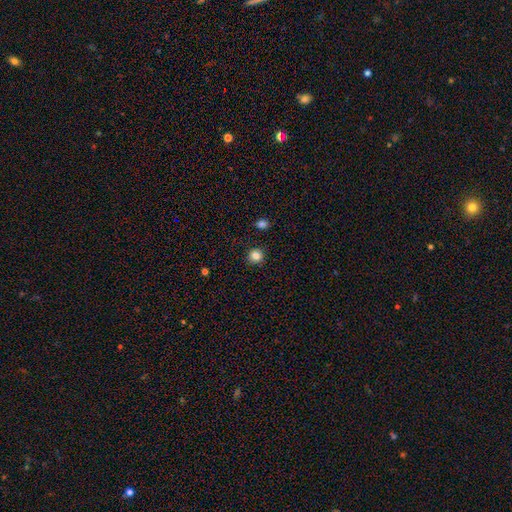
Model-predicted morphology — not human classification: This appears to be a smooth galaxy with no disk features (84%) that is round (91%). Merging: none (90%).